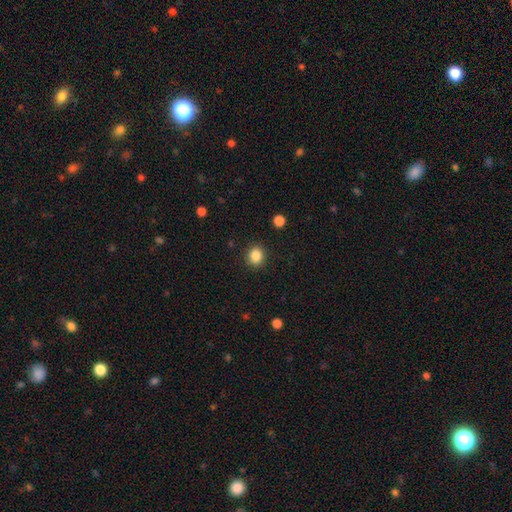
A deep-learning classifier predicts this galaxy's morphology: This appears to be a smooth galaxy with no disk features (85%) that is round (75%). Merging: none (90%).